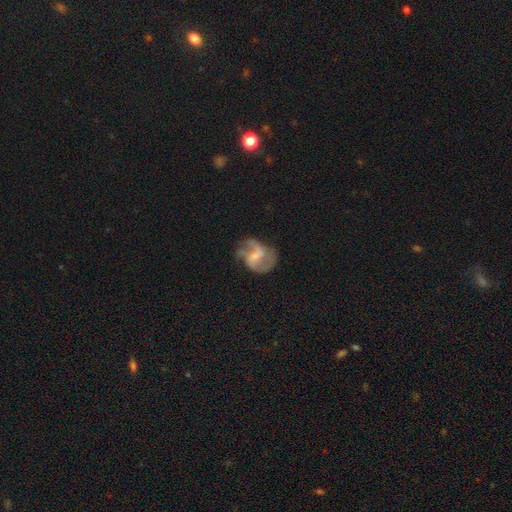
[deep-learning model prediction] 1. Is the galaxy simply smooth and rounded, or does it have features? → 77% featured or disk, 16% smooth, 7% star or artifact.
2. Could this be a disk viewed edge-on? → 98% no, 2% yes.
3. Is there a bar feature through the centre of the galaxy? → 51% weak, 32% no, 17% strong.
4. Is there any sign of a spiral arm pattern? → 90% yes, 10% no.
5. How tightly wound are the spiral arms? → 47% medium, 38% loose, 15% tight.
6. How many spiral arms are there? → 52% 2, 25% 3, 12% can't tell, 4% 1, 4% 4, 3% more than 4.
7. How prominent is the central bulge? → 42% small, 30% moderate, 23% none, 4% large, 1% dominant.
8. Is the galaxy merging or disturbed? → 53% none, 23% minor disturbance, 22% major disturbance, 3% merger.